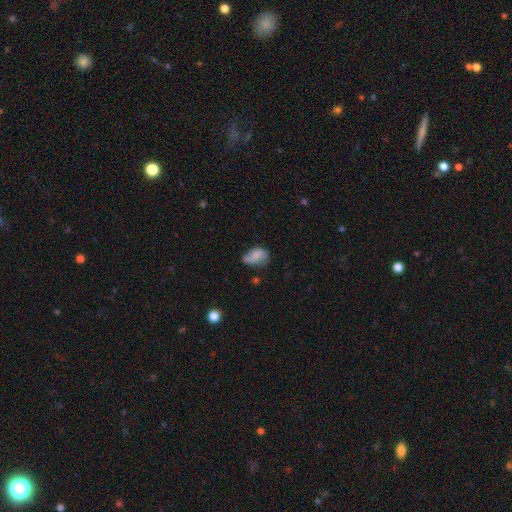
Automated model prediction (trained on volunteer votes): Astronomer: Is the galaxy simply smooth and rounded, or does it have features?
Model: smooth — 69%.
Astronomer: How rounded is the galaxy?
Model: in between — 84%.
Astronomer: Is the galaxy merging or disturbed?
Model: none — 39%, tied with minor disturbance at 39%.